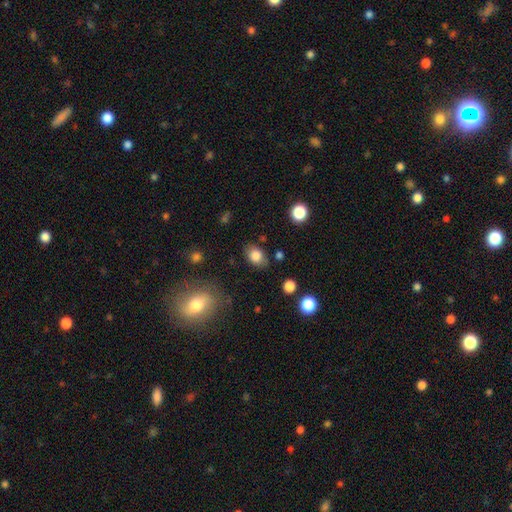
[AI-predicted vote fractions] Overall: smooth (83%). How rounded: in between (77%). Merging: none (79%).